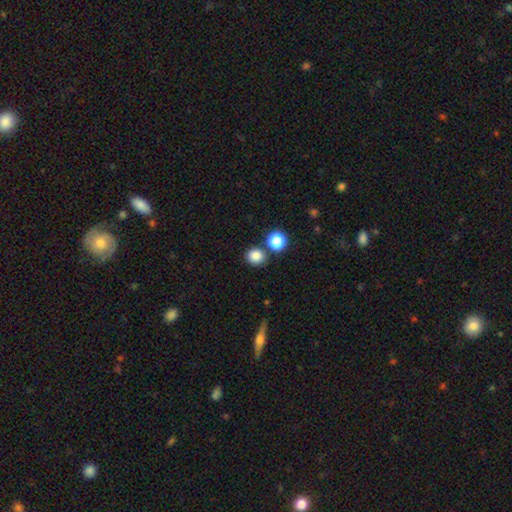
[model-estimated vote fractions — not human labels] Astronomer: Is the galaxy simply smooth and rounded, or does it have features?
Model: smooth — 83%.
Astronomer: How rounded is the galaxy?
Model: round — 87%.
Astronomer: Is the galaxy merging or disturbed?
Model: none — 79%.